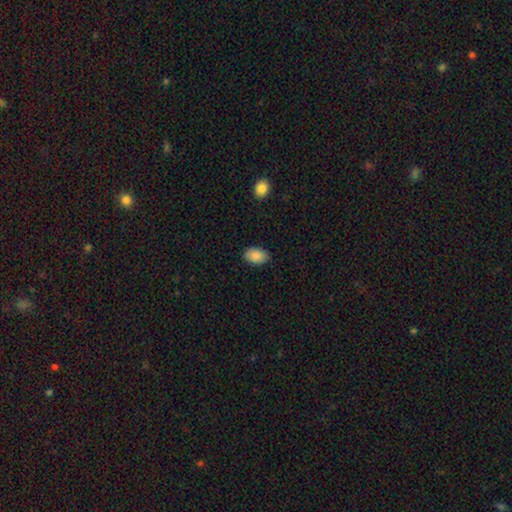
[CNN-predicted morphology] type=smooth (88%); roundness=in between (90%); merging=none (84%).